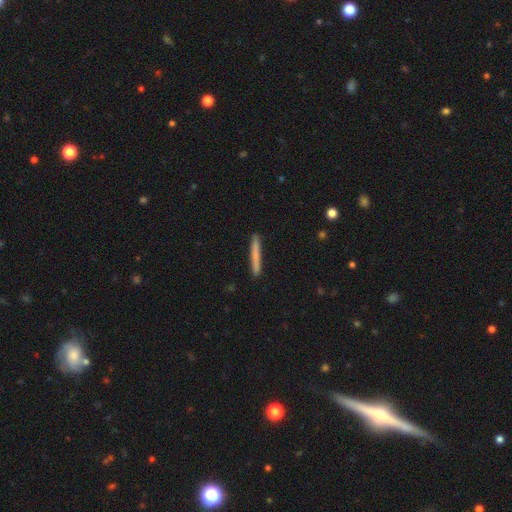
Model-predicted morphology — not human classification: A smooth galaxy with no disk features (69%) that is cigar-shaped (97%). Merging: none (90%).